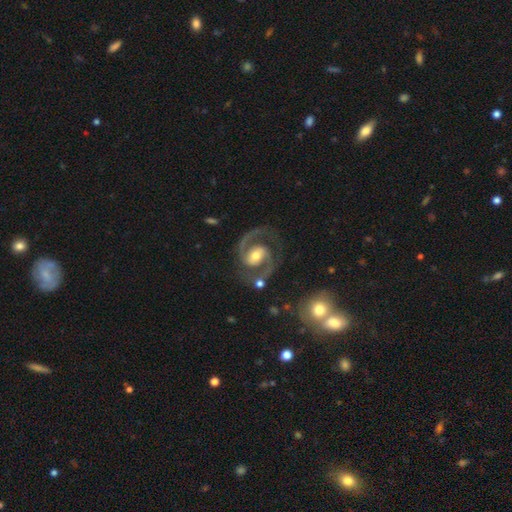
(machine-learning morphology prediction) Q: Smooth or featured?
A: featured or disk (91%); runner-up: star or artifact (5%)
Q: Edge-on disk?
A: no (98%); runner-up: yes (2%)
Q: Bar?
A: weak (43%); runner-up: no (30%)
Q: Spiral arms?
A: yes (98%); runner-up: no (2%)
Q: Spiral winding?
A: medium (63%); runner-up: tight (25%)
Q: Spiral arm count?
A: 2 (93%); runner-up: 1 (2%)
Q: Bulge size?
A: moderate (67%); runner-up: small (20%)
Q: Merging?
A: none (75%); runner-up: minor disturbance (13%)